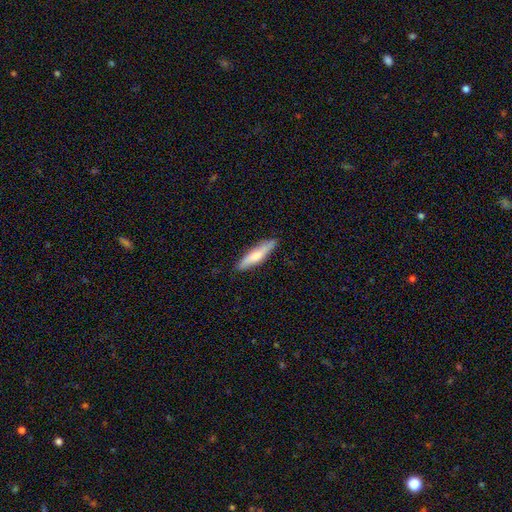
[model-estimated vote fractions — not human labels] A smooth galaxy with no disk features (66%) that is cigar-shaped (81%).

Vote fractions:
- Smooth or featured? smooth: 66% / featured or disk: 29% / star or artifact: 5%
- How rounded? cigar-shaped: 81% / in between: 17% / round: 2%
- Merging? none: 85% / minor disturbance: 11% / major disturbance: 2% / merger: 1%